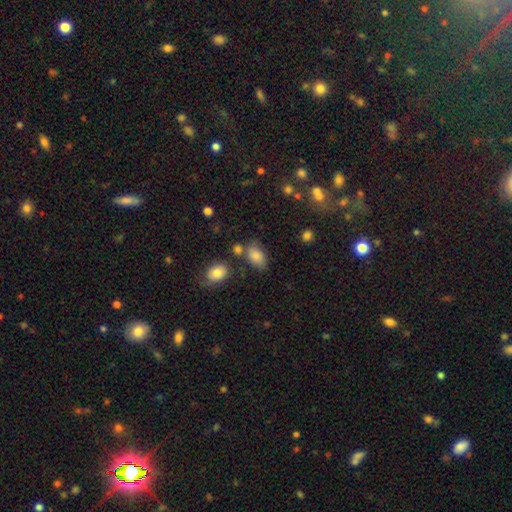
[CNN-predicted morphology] type=smooth (82%); roundness=in between (89%); merging=none (62%).